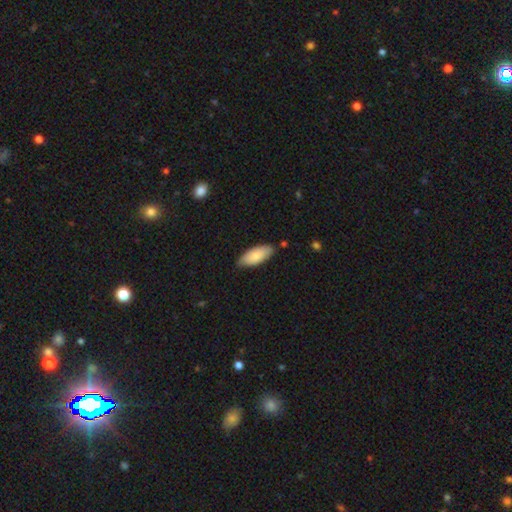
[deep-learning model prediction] smooth_or_featured: smooth (p=0.79) [alt: featured or disk p=0.15]
how_rounded: in between (p=0.84) [alt: cigar-shaped p=0.14]
merging: none (p=0.74) [alt: minor disturbance p=0.22]